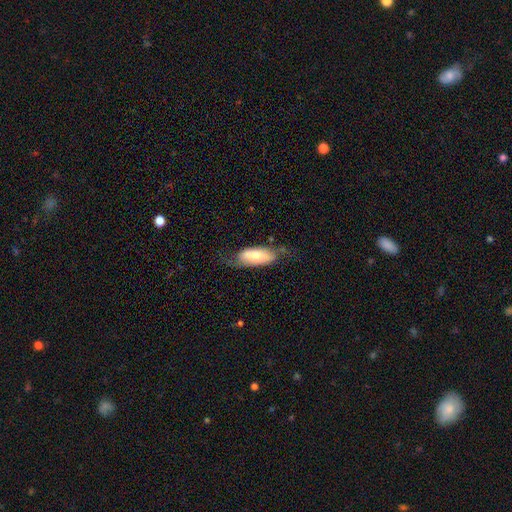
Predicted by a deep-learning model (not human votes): Smooth or featured: smooth — 56% (featured or disk — 38%)
How rounded: in between — 81% (cigar-shaped — 17%)
Merging: none — 50% (minor disturbance — 28%)